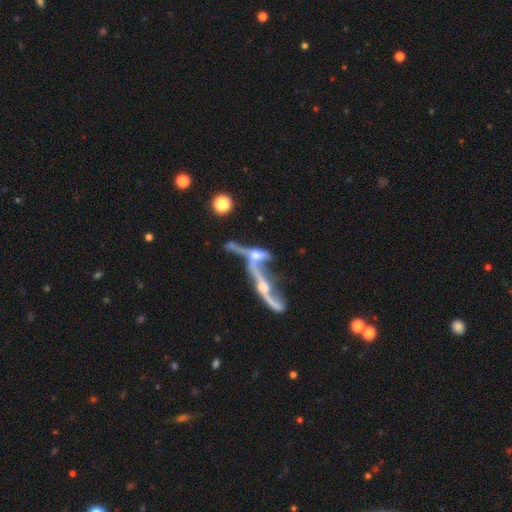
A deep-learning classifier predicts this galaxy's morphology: Smooth or featured?
  - featured or disk: 67% *
  - smooth: 21%
  - star or artifact: 12%
Edge-on disk?
  - yes: 50% * (tied)
  - no: 50% * (tied)
Merging?
  - merger: 70% *
  - none: 13%
  - major disturbance: 10%
  - minor disturbance: 6%